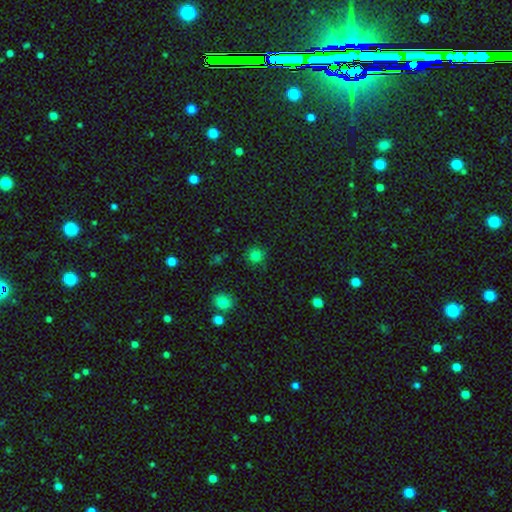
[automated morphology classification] The model was most divided on "smooth or featured": smooth: 80%, star or artifact: 15%, featured or disk: 5%. More confident: how rounded — round (92%); merging — none (87%).